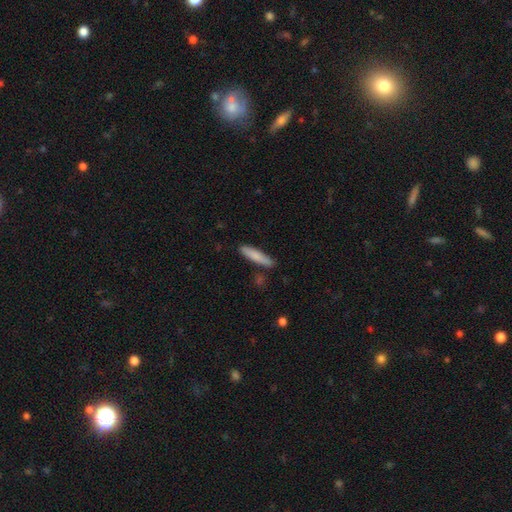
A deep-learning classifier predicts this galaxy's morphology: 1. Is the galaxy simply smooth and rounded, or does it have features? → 80% smooth, 14% featured or disk, 6% star or artifact.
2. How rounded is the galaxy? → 86% cigar-shaped, 13% in between, 1% round.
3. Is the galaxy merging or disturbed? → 83% none, 12% minor disturbance, 3% merger, 2% major disturbance.